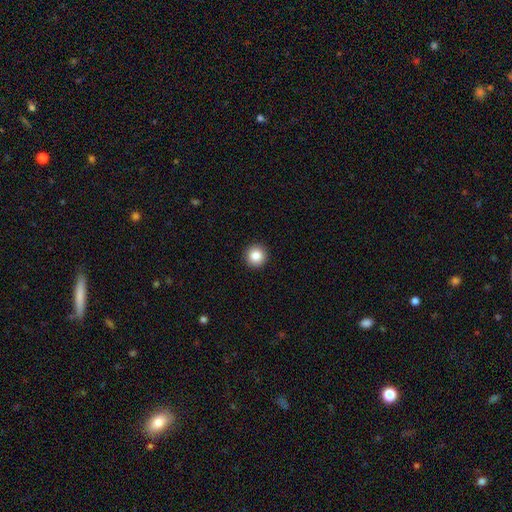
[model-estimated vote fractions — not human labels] Morphology: type=smooth (85%); roundness=round (95%); merging=none (93%).